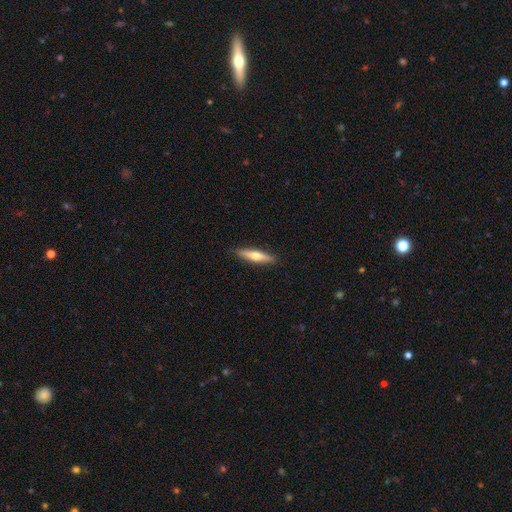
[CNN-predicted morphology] A smooth galaxy with no disk features (48%). Merging: none (90%).